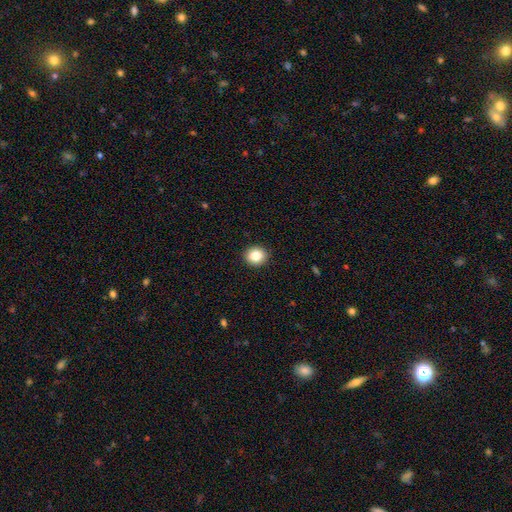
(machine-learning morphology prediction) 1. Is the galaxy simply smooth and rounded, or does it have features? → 84% smooth, 9% star or artifact, 7% featured or disk.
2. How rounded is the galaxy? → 78% round, 21% in between, 1% cigar-shaped.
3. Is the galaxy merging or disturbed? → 92% none, 6% minor disturbance, 2% major disturbance, 1% merger.